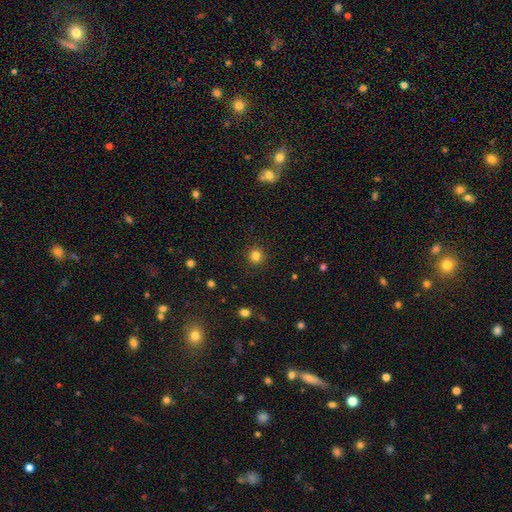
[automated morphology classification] This is clearly a smooth galaxy (82%). How rounded: clearly round (94%). Merging: clearly none (92%).